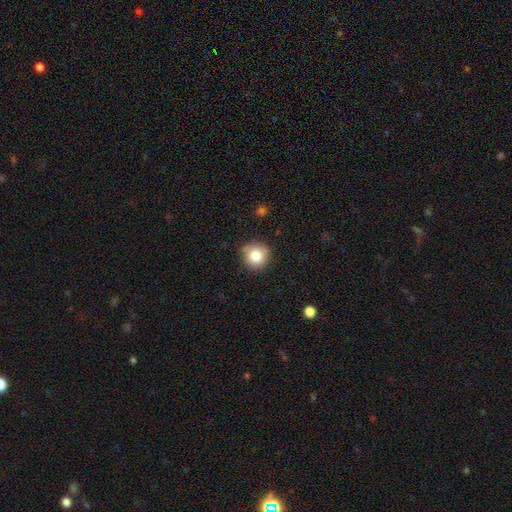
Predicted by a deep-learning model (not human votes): Morphology: type=smooth (82%); roundness=round (94%); merging=none (86%).